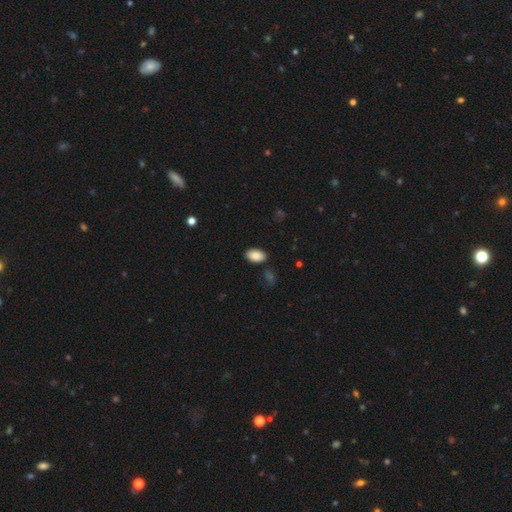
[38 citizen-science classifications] This is clearly a smooth galaxy (100%). How rounded: clearly in between (97%). Merging: clearly none (89%).